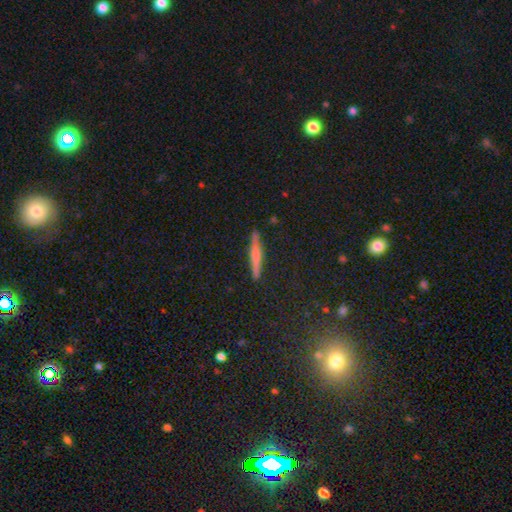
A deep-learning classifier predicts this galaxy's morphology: Smooth or featured? smooth (47%)
Merging? none (87%)